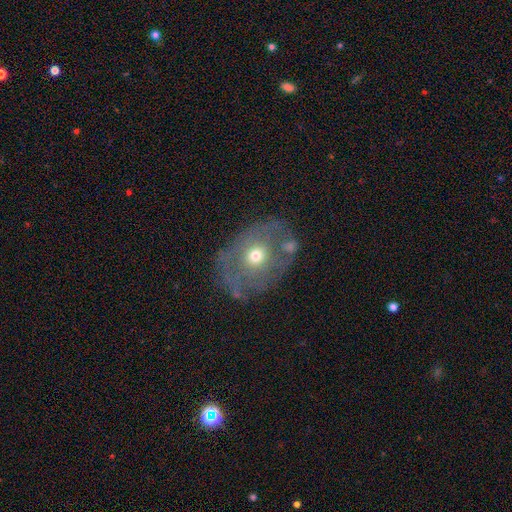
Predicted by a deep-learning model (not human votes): This is possibly a featured or disk galaxy (51%). It is clearly not viewed edge-on (94%). Merging: possibly none (55%).